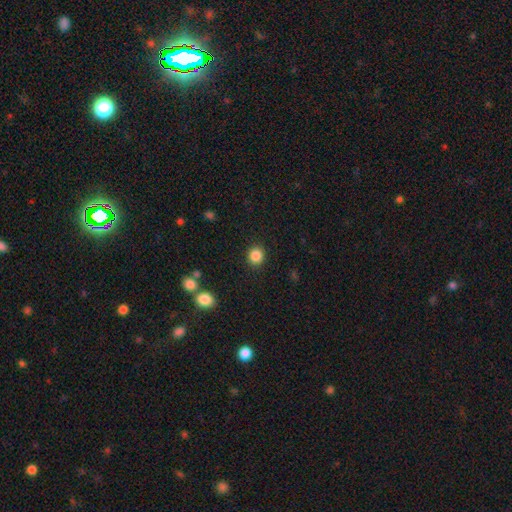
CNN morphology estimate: This is clearly a smooth galaxy (86%). How rounded: clearly round (84%). Merging: clearly none (90%).